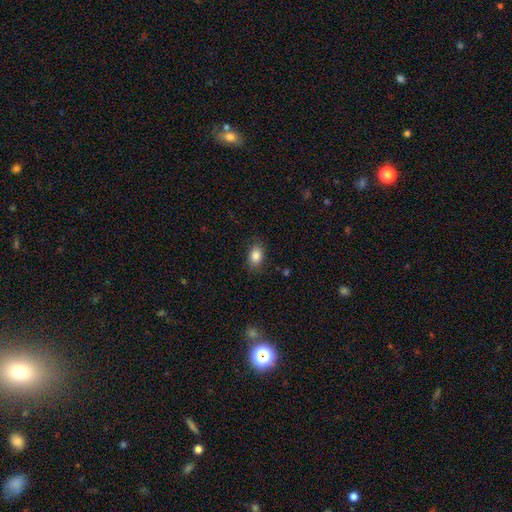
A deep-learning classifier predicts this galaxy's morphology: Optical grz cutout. It shows a smooth galaxy with no disk features (85%) that is in between round and cigar-shaped (83%). Merging: none (85%).